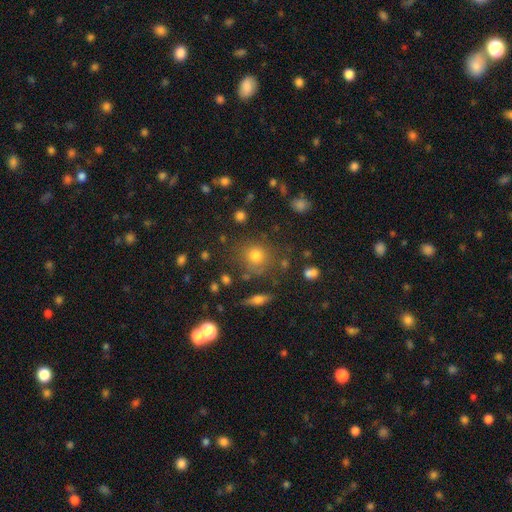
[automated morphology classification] Overall: smooth (72%). How rounded: round (87%). Merging: none (77%).